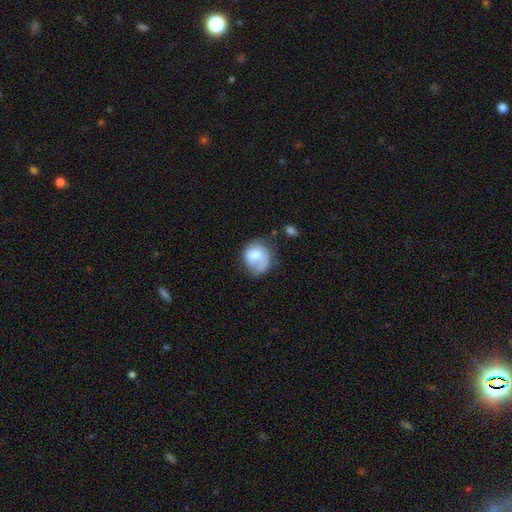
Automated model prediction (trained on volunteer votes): This appears to be a smooth galaxy with no disk features (60%) that is round (63%). Merging: none (43%).